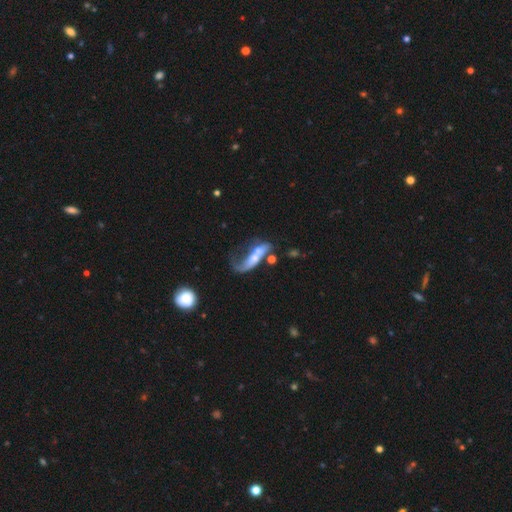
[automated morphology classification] A featured or disk galaxy (52%).

Vote fractions:
- Smooth or featured? featured or disk: 52% / smooth: 39% / star or artifact: 9%
- Edge-on disk? no: 85% / yes: 15%
- Merging? merger: 44% / major disturbance: 32% / none: 15% / minor disturbance: 9%